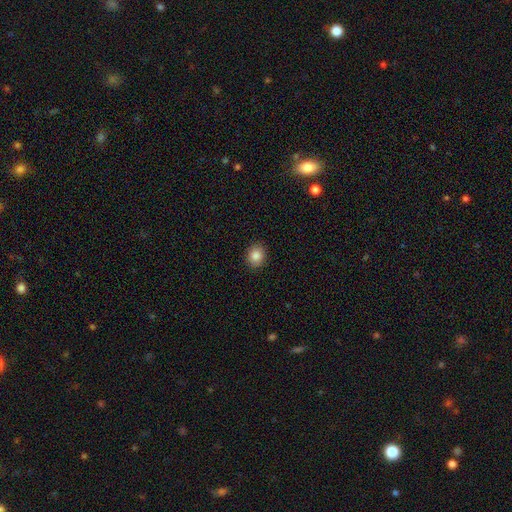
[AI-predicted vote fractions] A smooth galaxy with no disk features (86%) that is round (66%).

Vote fractions:
- Smooth or featured? smooth: 86% / star or artifact: 9% / featured or disk: 5%
- How rounded? round: 66% / in between: 33% / cigar-shaped: 1%
- Merging? none: 91% / minor disturbance: 7% / major disturbance: 2% / merger: 1%